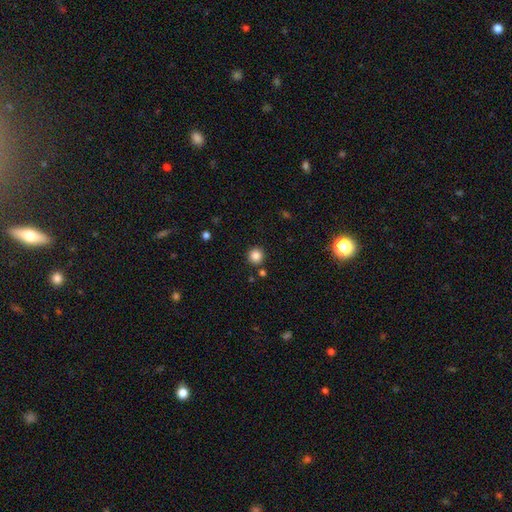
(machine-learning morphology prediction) Smooth or featured?
  - smooth: 84% *
  - star or artifact: 11%
  - featured or disk: 5%
How rounded?
  - round: 94% *
  - in between: 5%
  - cigar-shaped: 1%
Merging?
  - none: 88% *
  - minor disturbance: 6%
  - merger: 4%
  - major disturbance: 2%